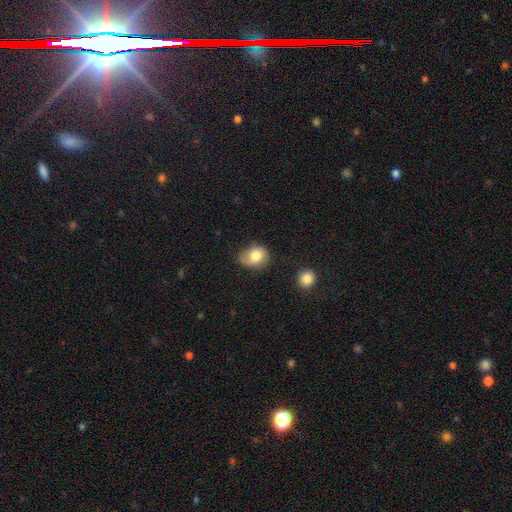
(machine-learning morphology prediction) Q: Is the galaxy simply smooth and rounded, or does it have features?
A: smooth — 77%.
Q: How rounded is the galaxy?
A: round — 52%.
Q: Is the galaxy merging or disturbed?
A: none — 61%.